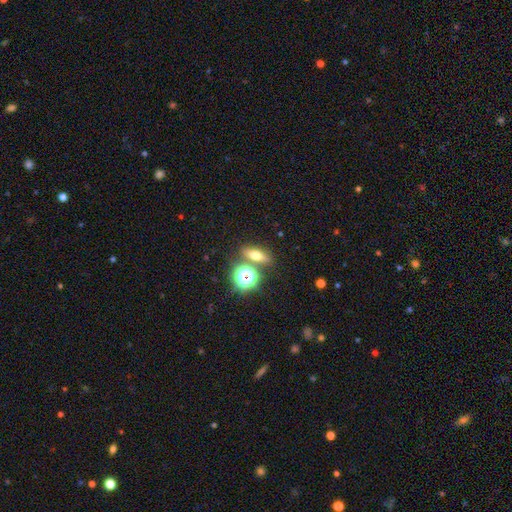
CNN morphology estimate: The model was most divided on "how rounded": in between: 50%, round: 26%, cigar-shaped: 24%. More confident: merging — none (75%); smooth or featured — smooth (55%).